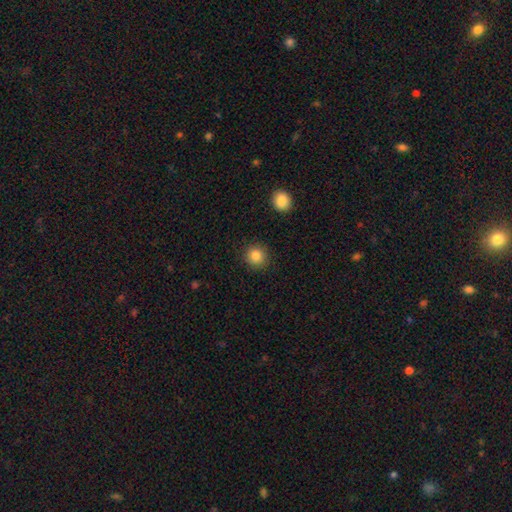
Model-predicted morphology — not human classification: Overall: smooth (84%). How rounded: round (93%). Merging: none (90%).